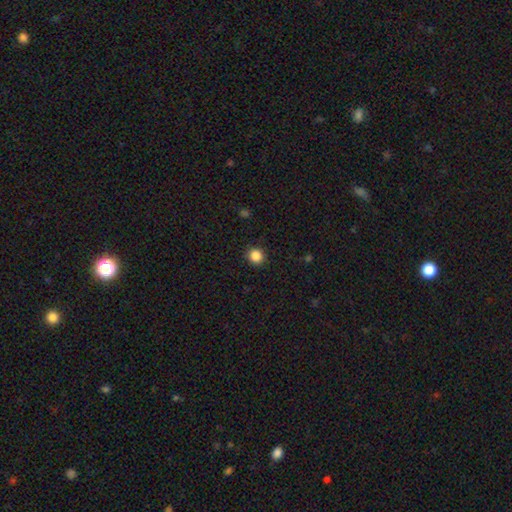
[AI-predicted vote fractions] Smooth or featured: smooth — 86% (star or artifact — 10%)
How rounded: round — 91% (in between — 8%)
Merging: none — 91% (minor disturbance — 6%)